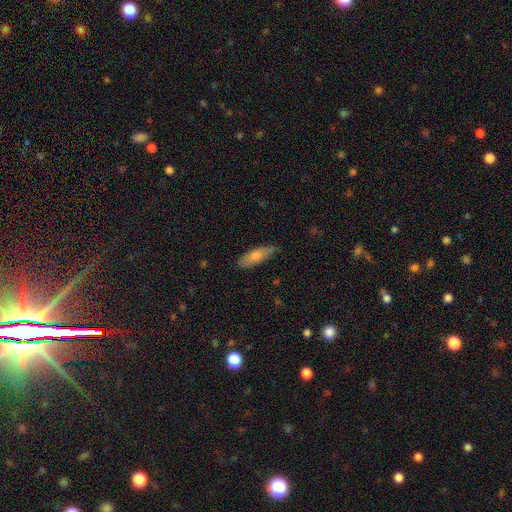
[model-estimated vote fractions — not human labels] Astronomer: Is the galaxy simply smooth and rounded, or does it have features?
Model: smooth — 77%.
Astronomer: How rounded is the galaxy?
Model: in between — 57% (runner-up: cigar-shaped, 41%).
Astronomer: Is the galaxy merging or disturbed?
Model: none — 72%.